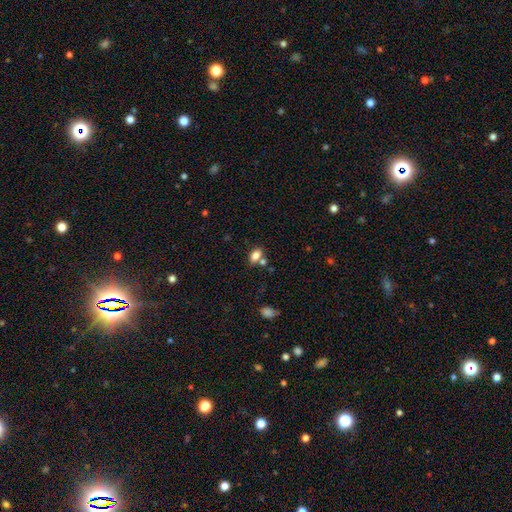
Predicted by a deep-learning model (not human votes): Q: Smooth or featured?
A: smooth (81%); runner-up: star or artifact (10%)
Q: How rounded?
A: in between (84%); runner-up: round (13%)
Q: Merging?
A: none (58%); runner-up: merger (24%)